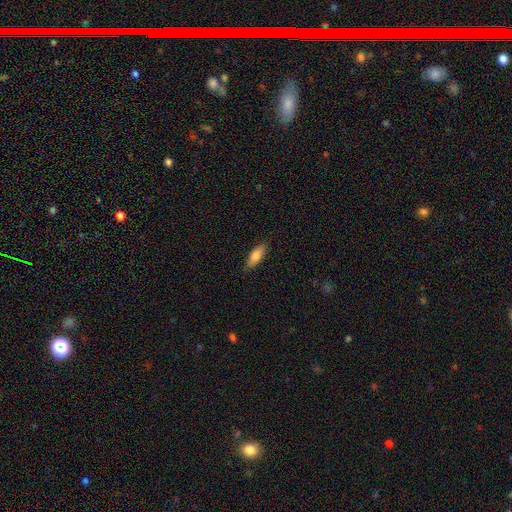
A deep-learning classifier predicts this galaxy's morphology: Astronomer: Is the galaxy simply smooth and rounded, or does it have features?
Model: smooth — 79%.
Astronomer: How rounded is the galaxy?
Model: in between — 62%.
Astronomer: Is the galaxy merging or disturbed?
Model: none — 83%.